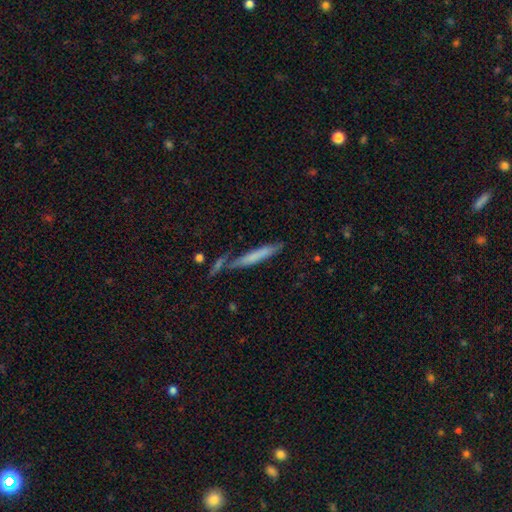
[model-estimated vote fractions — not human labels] Smooth or featured?
  - smooth: 63% *
  - featured or disk: 30%
  - star or artifact: 7%
How rounded?
  - cigar-shaped: 94% *
  - in between: 5%
  - round: 1%
Merging?
  - none: 66% *
  - minor disturbance: 16%
  - merger: 13%
  - major disturbance: 5%